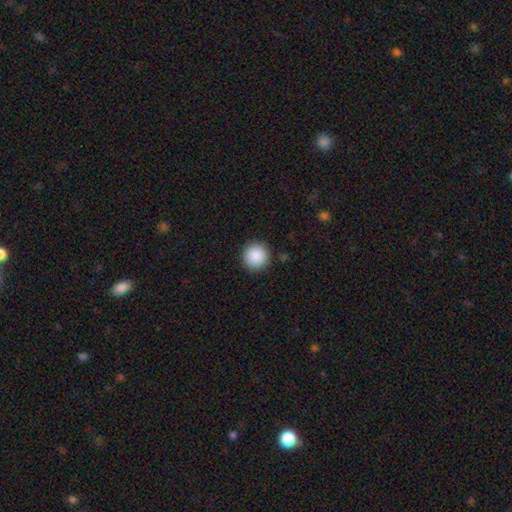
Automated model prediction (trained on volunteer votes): Overall: smooth (89%). How rounded: round (96%). Merging: none (92%).